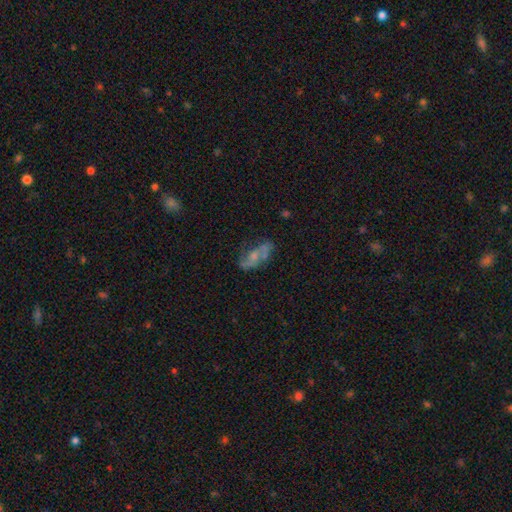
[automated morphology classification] featured or disk 59%, smooth 31%, star or artifact 10%. Down the decision tree: edge-on disk — no (89%); bar — no (61%); spiral arms — yes (73%); bulge size — small (41%); merging — none (59%).